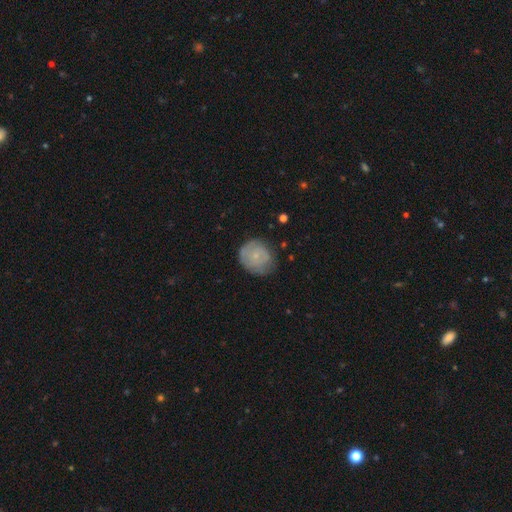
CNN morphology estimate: This is possibly a smooth galaxy (57%). How rounded: clearly round (82%). Merging: likely none (67%).